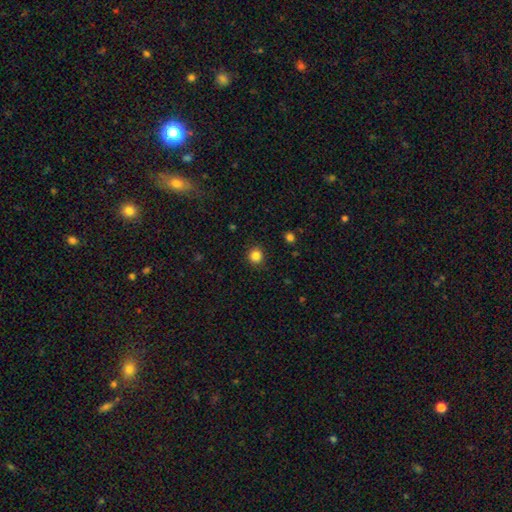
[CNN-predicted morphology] smooth_or_featured: smooth (p=0.84) [alt: star or artifact p=0.12]
how_rounded: round (p=0.92) [alt: in between p=0.07]
merging: none (p=0.90) [alt: minor disturbance p=0.07]